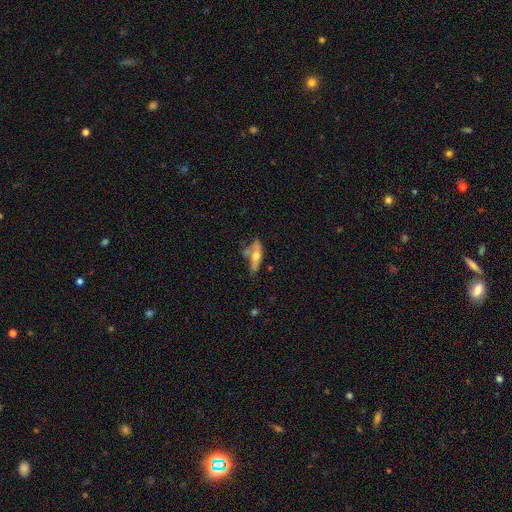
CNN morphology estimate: Smooth or featured? smooth (49%)
Merging? none (51%)